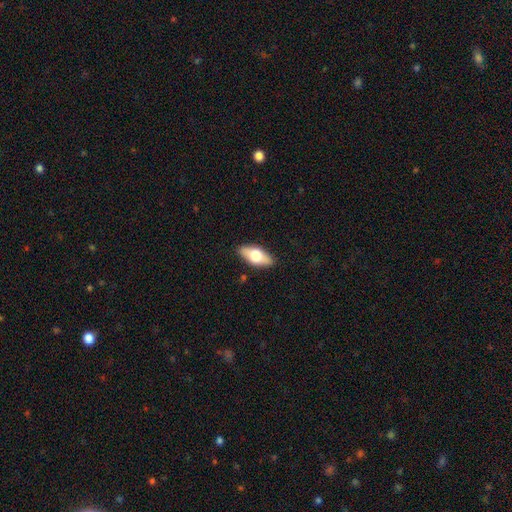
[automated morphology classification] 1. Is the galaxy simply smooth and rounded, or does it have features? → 61% smooth, 33% featured or disk, 6% star or artifact.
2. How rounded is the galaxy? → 84% in between, 12% cigar-shaped, 3% round.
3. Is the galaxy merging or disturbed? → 86% none, 10% minor disturbance, 2% major disturbance, 1% merger.